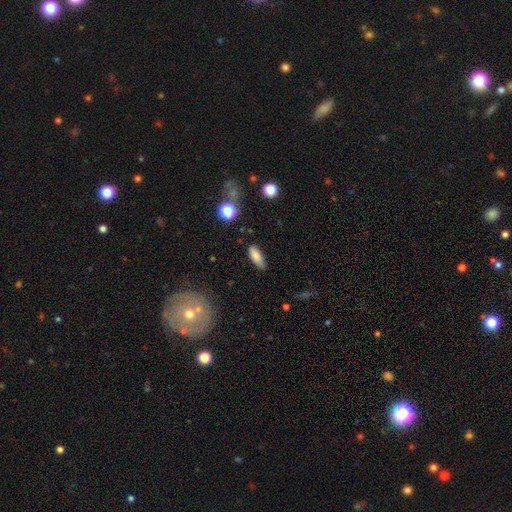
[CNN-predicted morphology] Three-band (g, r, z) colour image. It shows a smooth galaxy with no disk features (83%) that is in between round and cigar-shaped (72%). Merging: none (79%).